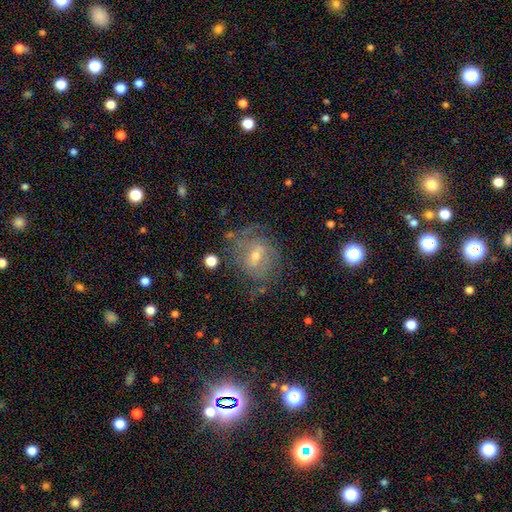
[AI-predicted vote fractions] Q: Smooth or featured?
A: featured or disk (70%); runner-up: smooth (18%)
Q: Edge-on disk?
A: no (95%); runner-up: yes (5%)
Q: Bar?
A: weak (53%); runner-up: no (28%)
Q: Spiral arms?
A: yes (81%); runner-up: no (19%)
Q: Spiral winding?
A: tight (50%); runner-up: medium (36%)
Q: Spiral arm count?
A: can't tell (52%); runner-up: 2 (23%)
Q: Bulge size?
A: small (51%); runner-up: moderate (44%)
Q: Merging?
A: none (62%); runner-up: minor disturbance (21%)